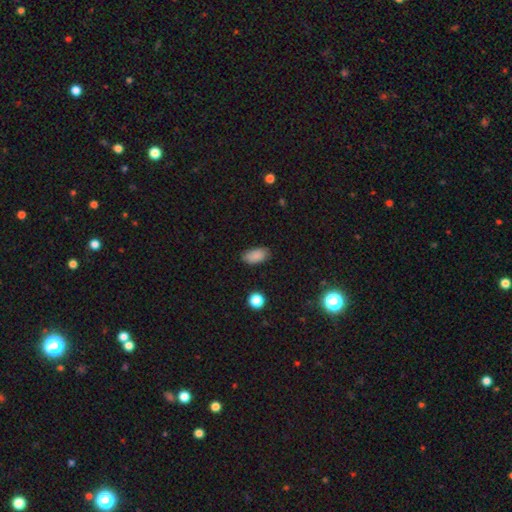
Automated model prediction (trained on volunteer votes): smooth_or_featured: smooth (p=0.87) [alt: star or artifact p=0.09]
how_rounded: in between (p=0.92) [alt: round p=0.04]
merging: none (p=0.83) [alt: minor disturbance p=0.13]